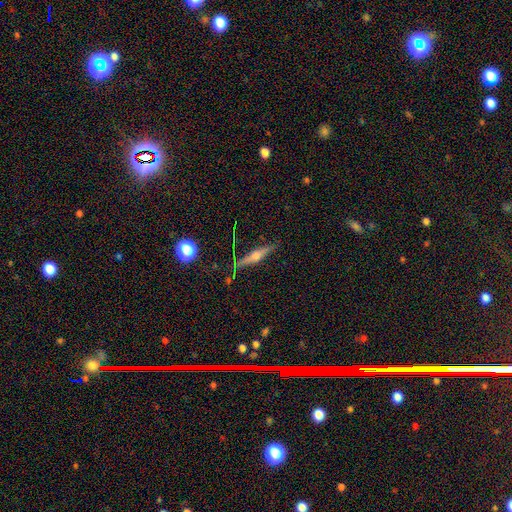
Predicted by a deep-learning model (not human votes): Smooth or featured? Predicted: featured or disk (p=0.73). Edge-on disk? Predicted: yes (p=0.96). Edge-on bulge? Predicted: rounded (p=0.91). Merging? Predicted: none (p=0.81).